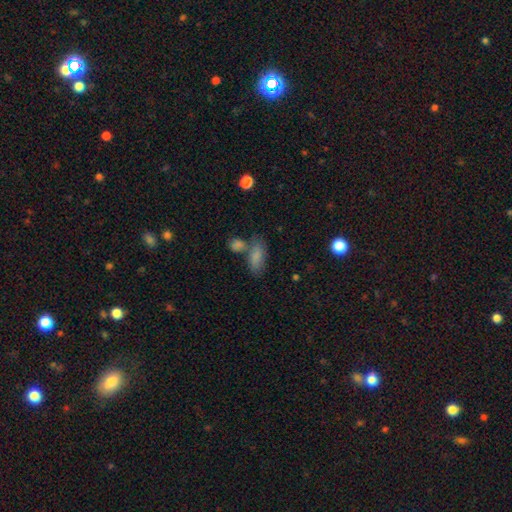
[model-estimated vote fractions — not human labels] This is clearly a smooth galaxy (81%). How rounded: clearly in between (85%). Merging: possibly none (50%).